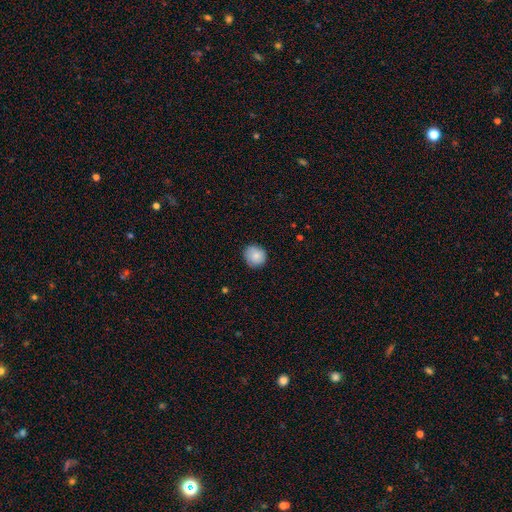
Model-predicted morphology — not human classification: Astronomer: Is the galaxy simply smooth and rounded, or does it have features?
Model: smooth — 86%.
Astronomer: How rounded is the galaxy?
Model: round — 86%.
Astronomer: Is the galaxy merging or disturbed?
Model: none — 84%.